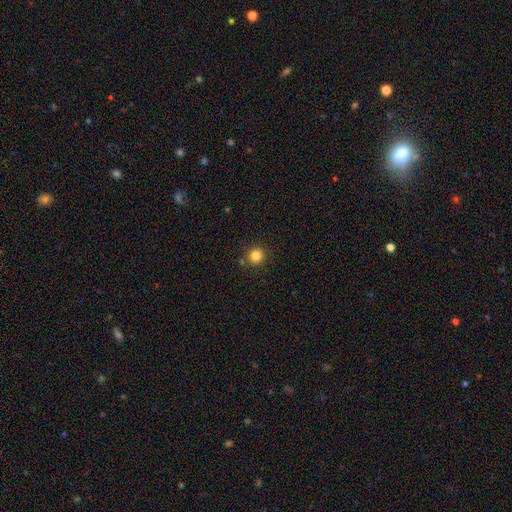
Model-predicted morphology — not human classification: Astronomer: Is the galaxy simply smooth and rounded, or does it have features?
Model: smooth — 83%.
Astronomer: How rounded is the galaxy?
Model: round — 94%.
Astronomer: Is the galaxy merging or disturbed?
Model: none — 85%.